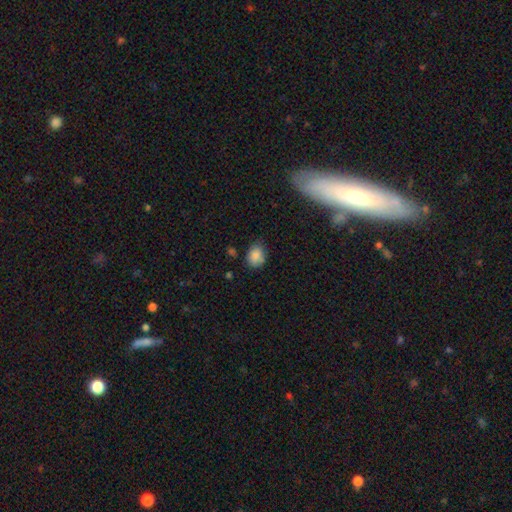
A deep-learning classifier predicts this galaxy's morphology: The model was most divided on "how rounded": in between: 60%, round: 39%, cigar-shaped: 1%. More confident: smooth or featured — smooth (84%); merging — none (66%).